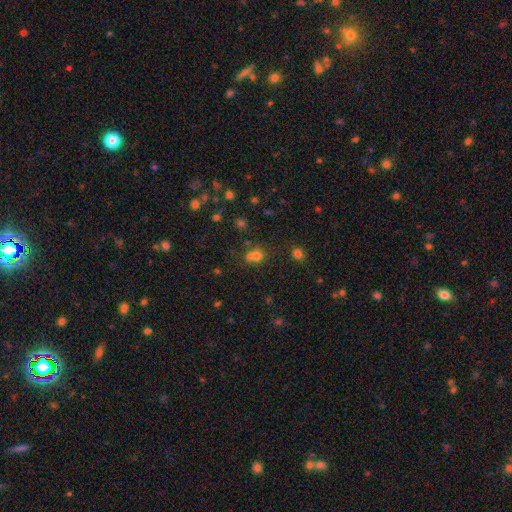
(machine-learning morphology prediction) Smooth or featured: smooth — 68% (star or artifact — 21%)
How rounded: round — 76% (in between — 23%)
Merging: none — 44% (merger — 41%)